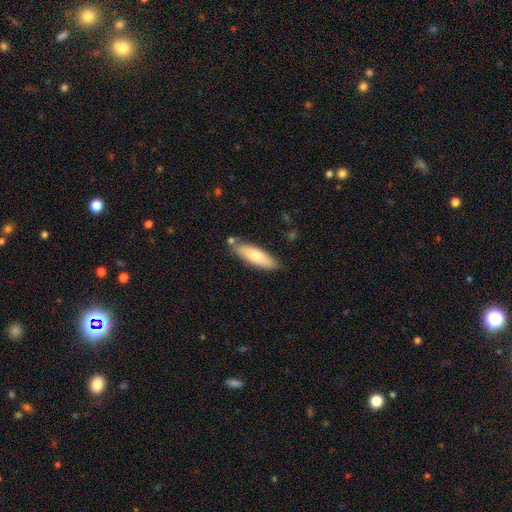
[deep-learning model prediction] smooth-or-featured: smooth: 76% | featured or disk: 19% | star or artifact: 5%
  how-rounded: cigar-shaped: 56% | in between: 43% | round: 2%
  merging: none: 77% | minor disturbance: 14% | merger: 7% | major disturbance: 3%